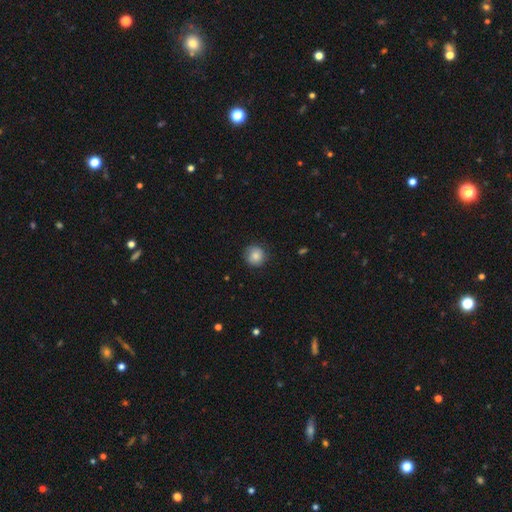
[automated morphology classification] Smooth or featured: smooth — 84% (star or artifact — 9%)
How rounded: round — 92% (in between — 7%)
Merging: none — 85% (minor disturbance — 11%)